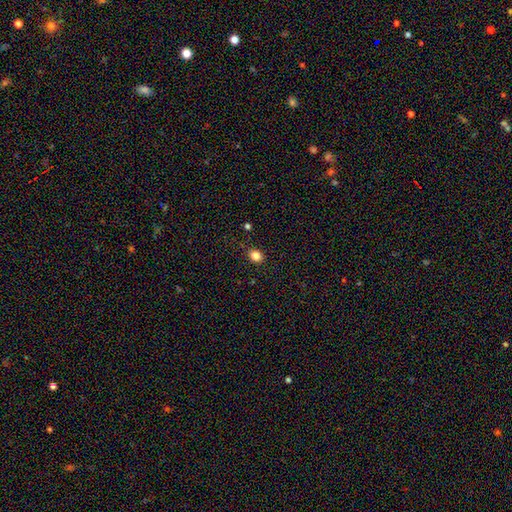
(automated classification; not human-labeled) Smooth or featured? Predicted: smooth (p=0.83). How rounded? Predicted: round (p=0.58). Merging? Predicted: none (p=0.88).